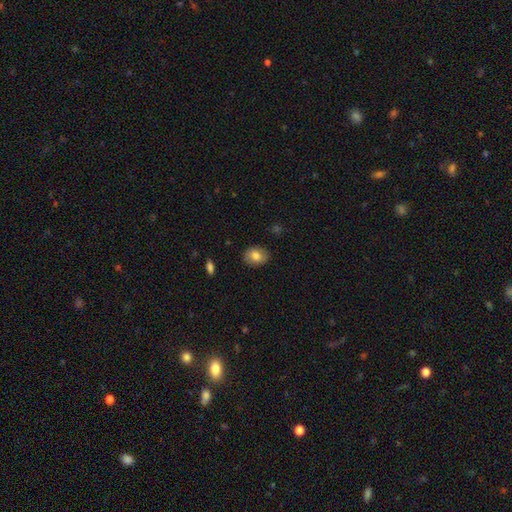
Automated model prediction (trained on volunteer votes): smooth-or-featured: smooth: 78% | featured or disk: 14% | star or artifact: 8%
  how-rounded: in between: 56% | round: 43% | cigar-shaped: 1%
  merging: none: 86% | minor disturbance: 11% | major disturbance: 2% | merger: 1%